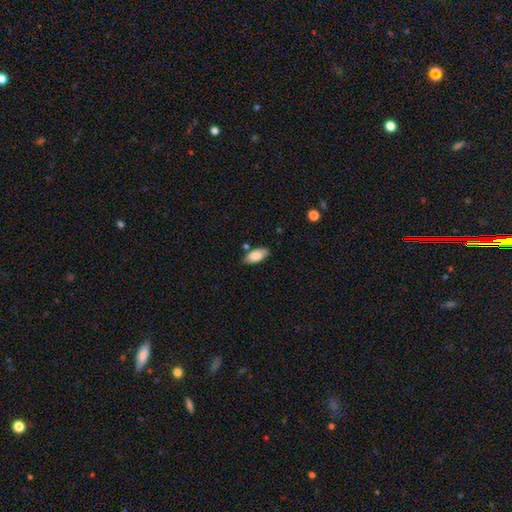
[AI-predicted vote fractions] Overall: smooth (83%). How rounded: in between (90%). Merging: none (76%).